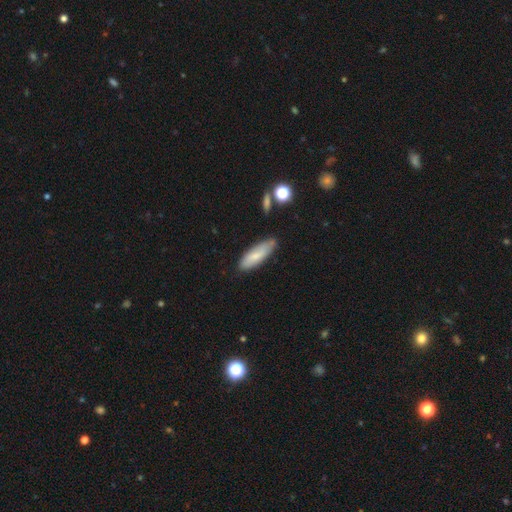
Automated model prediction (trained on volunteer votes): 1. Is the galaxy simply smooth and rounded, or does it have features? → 73% smooth, 20% featured or disk, 7% star or artifact.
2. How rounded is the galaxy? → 50% in between, 49% cigar-shaped, 2% round.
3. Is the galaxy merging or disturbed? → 74% none, 20% minor disturbance, 3% major disturbance, 3% merger.